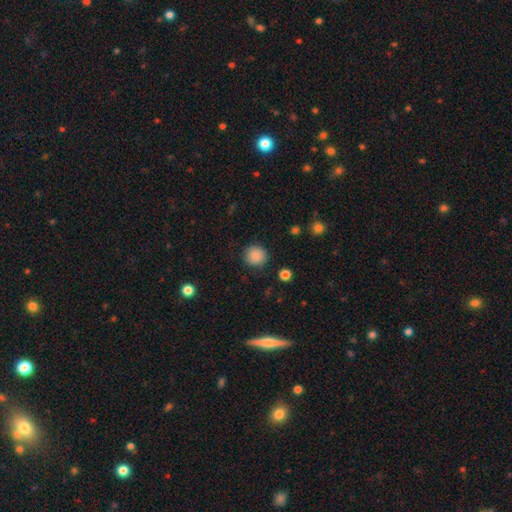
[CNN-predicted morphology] smooth 87%, star or artifact 10%, featured or disk 3%. Down the decision tree: how rounded — round (92%); merging — none (88%).